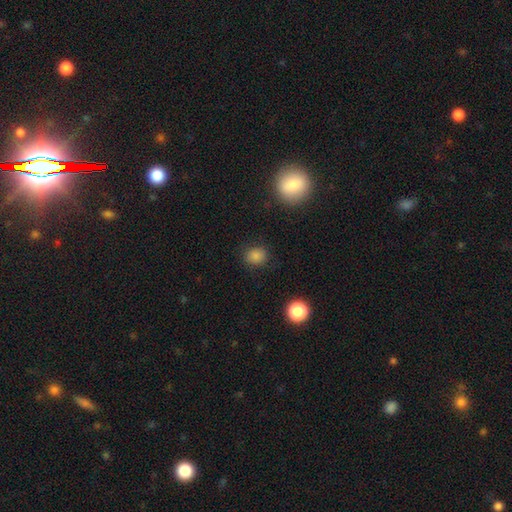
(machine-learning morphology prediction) smooth_or_featured: smooth (p=0.82) [alt: star or artifact p=0.14]
how_rounded: round (p=0.69) [alt: in between p=0.30]
merging: none (p=0.87) [alt: minor disturbance p=0.09]